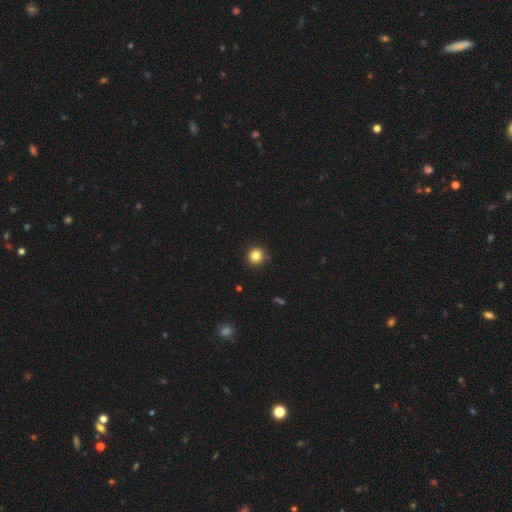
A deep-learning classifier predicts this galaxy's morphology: Smooth or featured: smooth — 84% (star or artifact — 12%)
How rounded: round — 93% (in between — 6%)
Merging: none — 90% (minor disturbance — 7%)